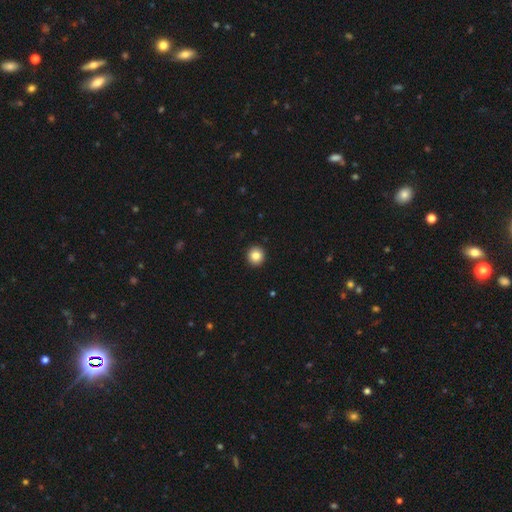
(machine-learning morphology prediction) The model was most divided on "smooth or featured": smooth: 85%, star or artifact: 10%, featured or disk: 6%. More confident: merging — none (94%); how rounded — round (93%).